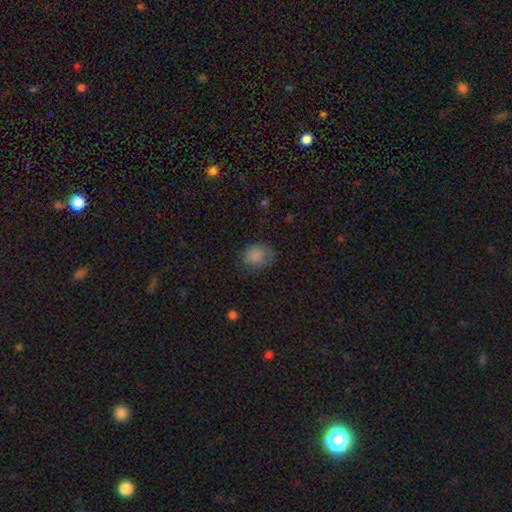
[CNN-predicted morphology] This is likely a smooth galaxy (79%). How rounded: possibly round (50%). Merging: possibly none (58%).